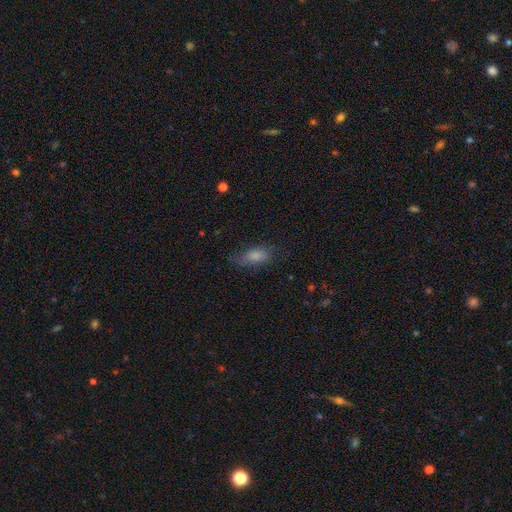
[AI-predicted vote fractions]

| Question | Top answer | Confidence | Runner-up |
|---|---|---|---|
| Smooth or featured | smooth | 81% | featured or disk (11%) |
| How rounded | in between | 82% | cigar-shaped (15%) |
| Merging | none | 66% | minor disturbance (24%) |